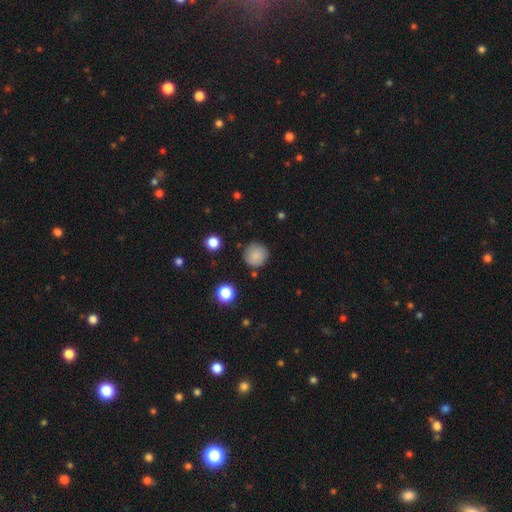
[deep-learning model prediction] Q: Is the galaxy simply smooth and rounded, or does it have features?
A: smooth — 84%.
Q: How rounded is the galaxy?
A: round — 95%.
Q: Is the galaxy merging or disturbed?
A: none — 84%.